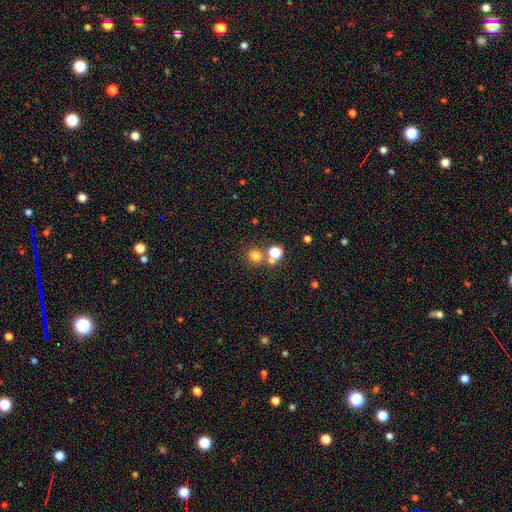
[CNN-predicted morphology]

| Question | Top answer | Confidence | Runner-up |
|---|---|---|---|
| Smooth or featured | smooth | 74% | star or artifact (19%) |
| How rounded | round | 90% | in between (9%) |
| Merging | none | 68% | merger (22%) |